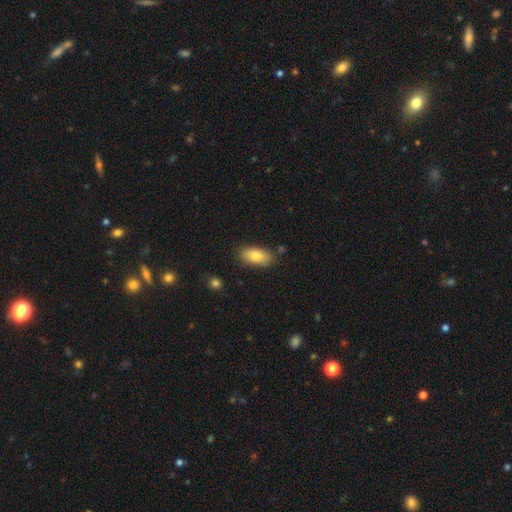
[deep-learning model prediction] Smooth or featured: smooth — 83% (featured or disk — 10%)
How rounded: in between — 89% (cigar-shaped — 8%)
Merging: none — 82% (minor disturbance — 12%)